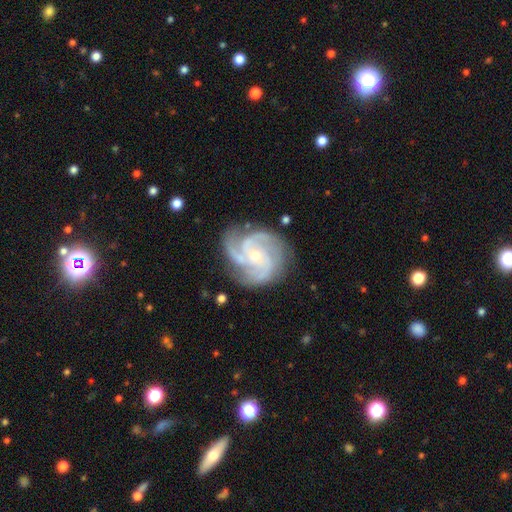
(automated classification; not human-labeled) Smooth or featured? featured or disk (91%)
Edge-on disk? no (98%)
Bar? no (70%)
Spiral arms? yes (98%)
Spiral winding? tight (51%)
Spiral arm count? 3 (60%)
Bulge size? small (64%)
Merging? none (76%)